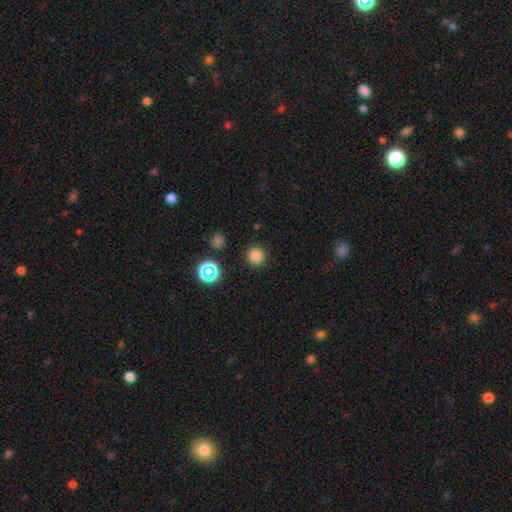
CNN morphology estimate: The model was most divided on "smooth or featured": smooth: 80%, star or artifact: 16%, featured or disk: 4%. More confident: how rounded — round (95%); merging — none (90%).